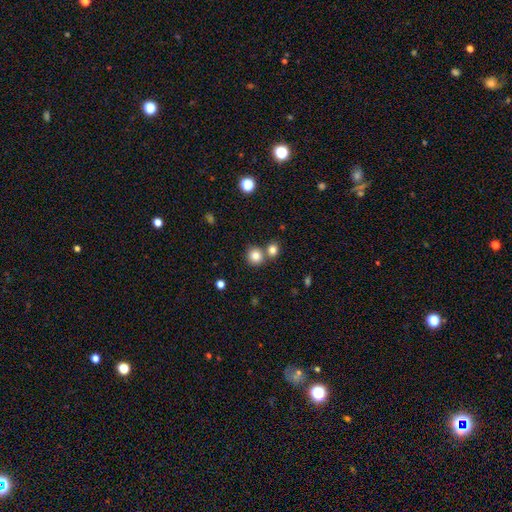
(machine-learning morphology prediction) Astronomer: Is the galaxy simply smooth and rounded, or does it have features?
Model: smooth — 82%.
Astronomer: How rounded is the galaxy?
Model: round — 89%.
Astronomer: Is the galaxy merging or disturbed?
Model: none — 66%.